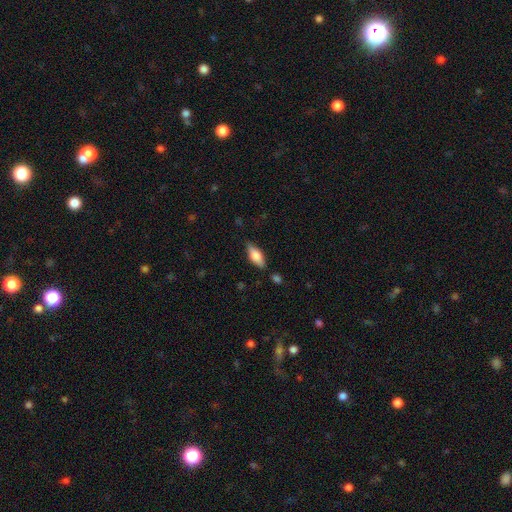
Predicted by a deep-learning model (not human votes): Smooth or featured? Predicted: smooth (p=0.70). How rounded? Predicted: in between (p=0.78). Merging? Predicted: none (p=0.80).